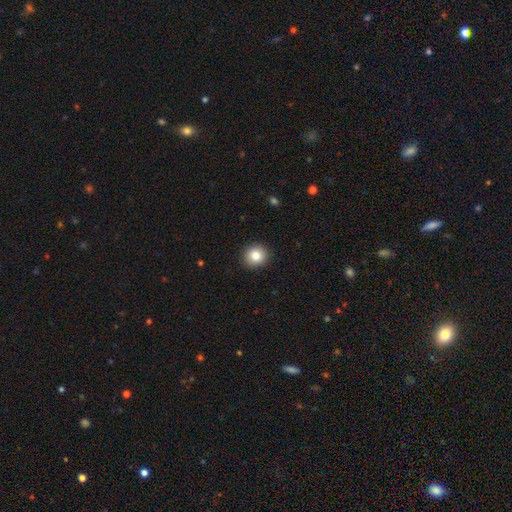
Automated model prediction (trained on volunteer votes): The model was most divided on "smooth or featured": smooth: 83%, star or artifact: 10%, featured or disk: 8%. More confident: merging — none (92%); how rounded — round (90%).